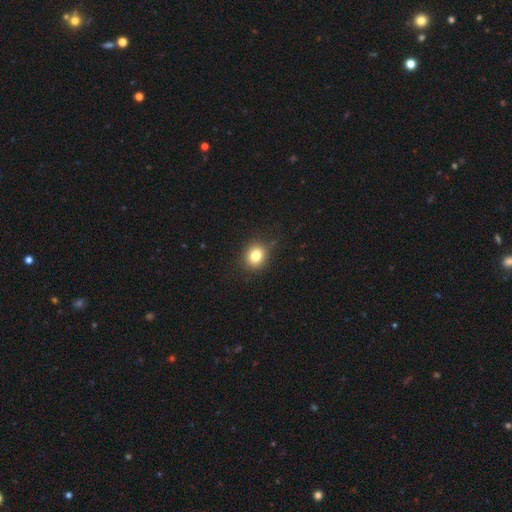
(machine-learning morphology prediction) smooth 79%, star or artifact 12%, featured or disk 9%. Down the decision tree: how rounded — round (75%); merging — none (84%).